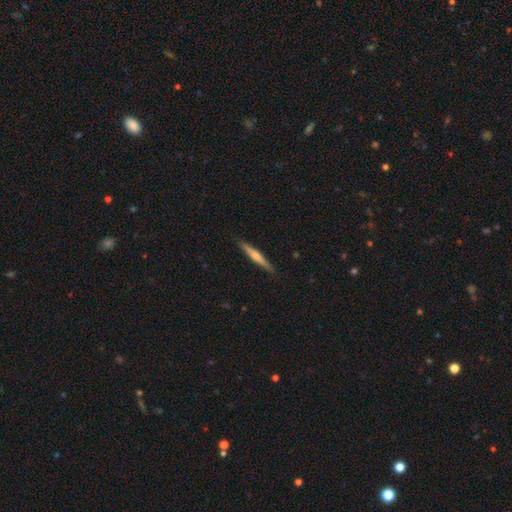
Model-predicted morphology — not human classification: The model was most divided on "smooth or featured": featured or disk: 54%, smooth: 41%, star or artifact: 5%. More confident: edge-on disk — yes (97%); merging — none (90%); edge-on bulge — rounded (78%).